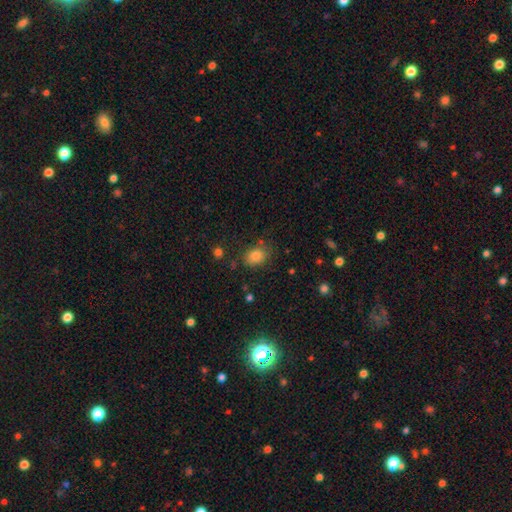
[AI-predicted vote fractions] Smooth or featured: smooth — 82% (star or artifact — 12%)
How rounded: in between — 64% (round — 35%)
Merging: none — 75% (minor disturbance — 17%)